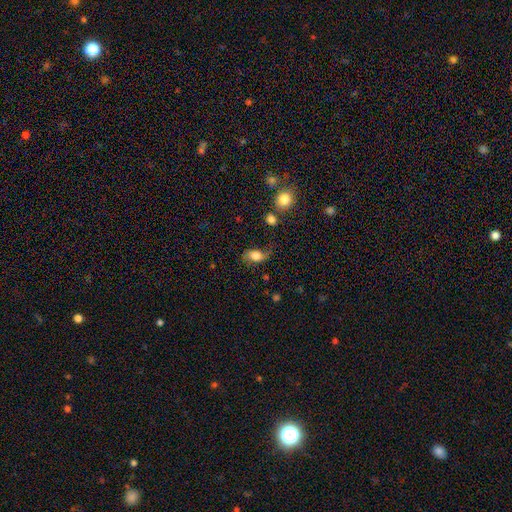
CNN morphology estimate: type=smooth (69%); roundness=in between (82%); merging=none (50%).